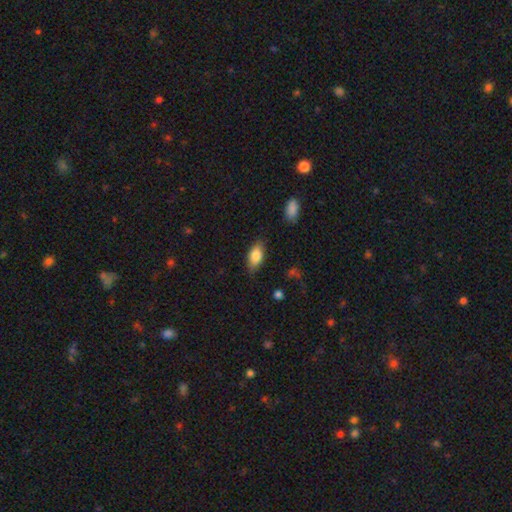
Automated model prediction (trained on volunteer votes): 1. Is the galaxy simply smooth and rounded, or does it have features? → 84% smooth, 10% featured or disk, 7% star or artifact.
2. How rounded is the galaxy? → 90% in between, 7% cigar-shaped, 3% round.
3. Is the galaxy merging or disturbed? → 81% none, 15% minor disturbance, 3% major disturbance, 1% merger.